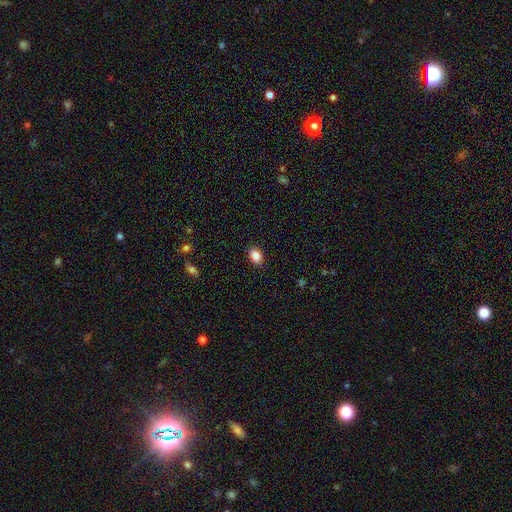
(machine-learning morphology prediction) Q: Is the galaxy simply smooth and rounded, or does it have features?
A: smooth — 86%.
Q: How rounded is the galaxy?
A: in between — 78%.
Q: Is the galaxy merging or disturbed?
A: none — 89%.